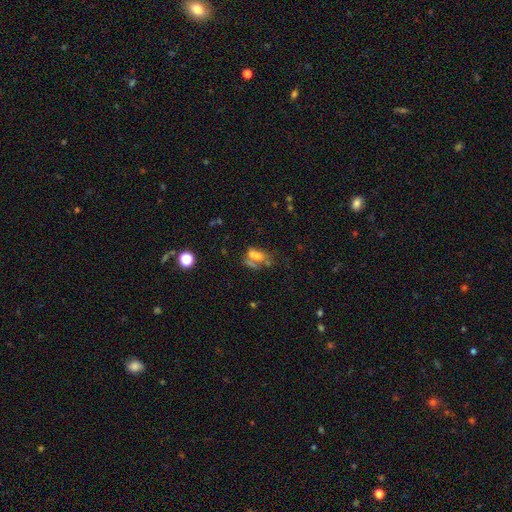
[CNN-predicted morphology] A smooth galaxy with no disk features (53%) that is in between round and cigar-shaped (78%).

Vote fractions:
- Smooth or featured? smooth: 53% / featured or disk: 29% / star or artifact: 18%
- How rounded? in between: 78% / round: 14% / cigar-shaped: 9%
- Merging? merger: 37% / none: 27% / major disturbance: 21% / minor disturbance: 16%